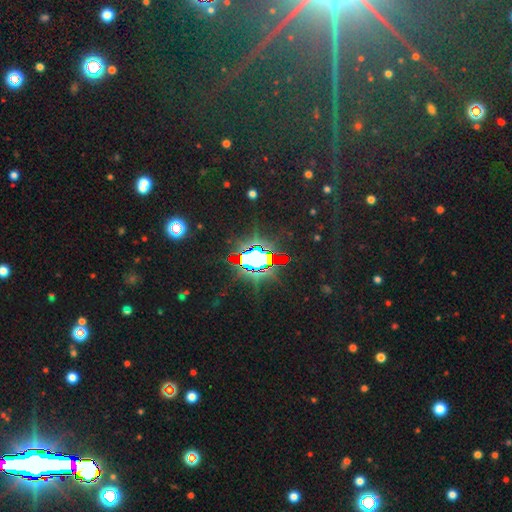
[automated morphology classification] star or artifact 79%, smooth 11%, featured or disk 9%.